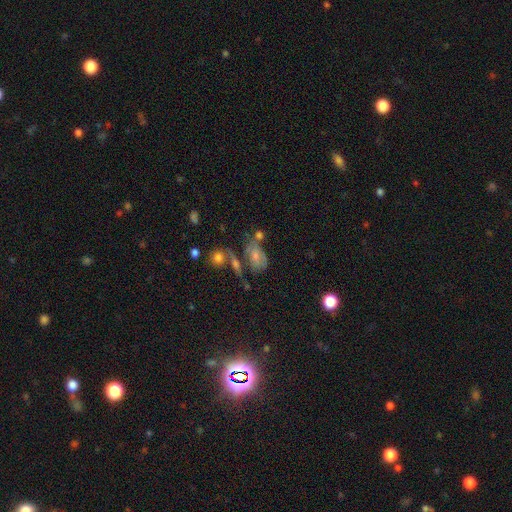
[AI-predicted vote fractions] Smooth or featured? smooth (54%)
How rounded? in between (82%)
Merging? none (35%)